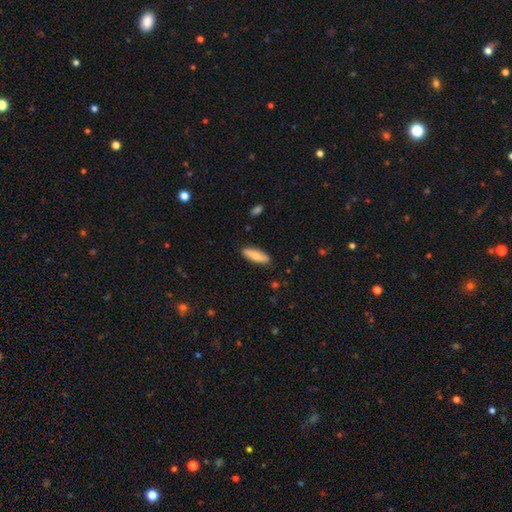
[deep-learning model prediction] Smooth or featured? smooth (79%)
How rounded? cigar-shaped (53%)
Merging? none (87%)